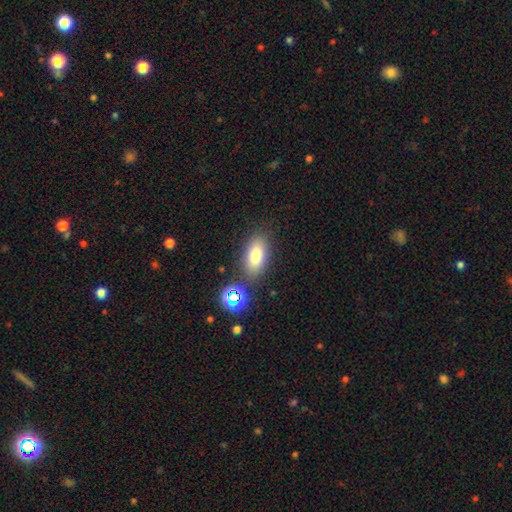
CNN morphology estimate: Smooth or featured? smooth (76%)
How rounded? in between (86%)
Merging? none (79%)